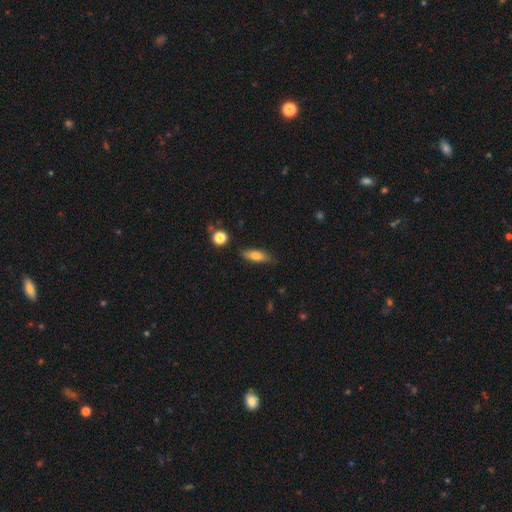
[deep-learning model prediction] smooth-or-featured: smooth: 74% | featured or disk: 18% | star or artifact: 8%
  how-rounded: in between: 55% | cigar-shaped: 41% | round: 3%
  merging: none: 81% | minor disturbance: 14% | major disturbance: 3% | merger: 2%